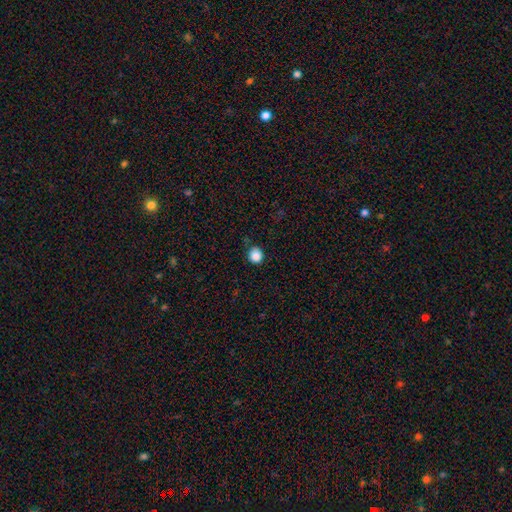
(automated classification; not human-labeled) This appears to be a smooth galaxy with no disk features (86%) that is round (83%). Merging: none (78%).